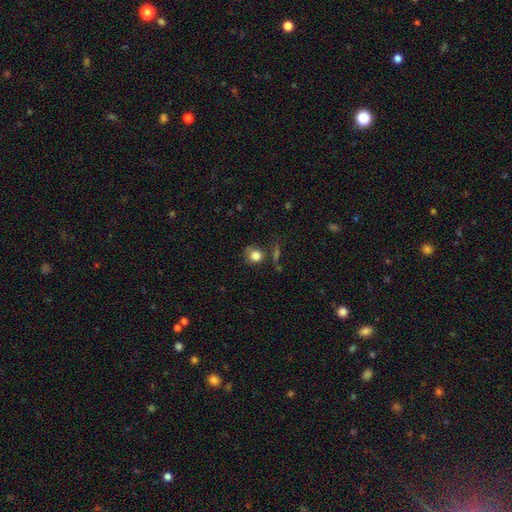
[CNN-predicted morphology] type=smooth (81%); roundness=round (80%); merging=none (59%).